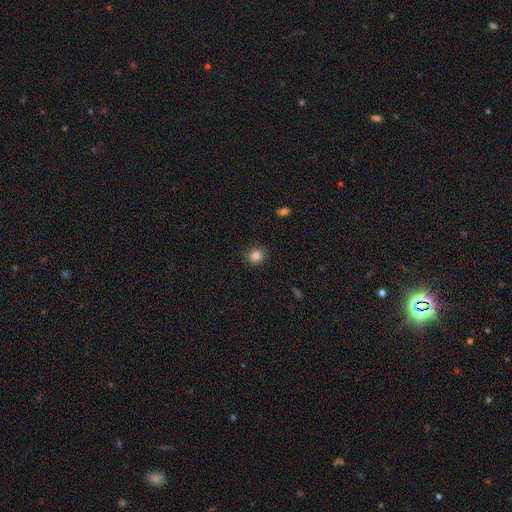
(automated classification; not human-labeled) A smooth galaxy with no disk features (85%) that is round (84%).

Vote fractions:
- Smooth or featured? smooth: 85% / star or artifact: 12% / featured or disk: 4%
- How rounded? round: 84% / in between: 15% / cigar-shaped: 1%
- Merging? none: 86% / minor disturbance: 10% / major disturbance: 3% / merger: 1%